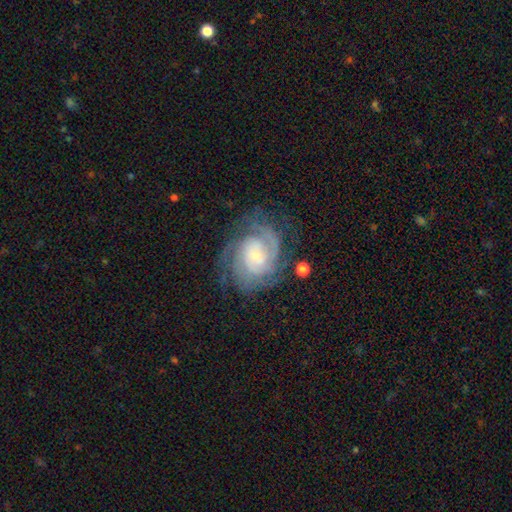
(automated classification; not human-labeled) Smooth or featured? Predicted: featured or disk (p=0.85). Edge-on disk? Predicted: no (p=0.98). Bar? Predicted: no (p=0.62). Spiral arms? Predicted: yes (p=0.97). Spiral winding? Predicted: tight (p=0.63). Spiral arm count? Predicted: can't tell (p=0.26). Bulge size? Predicted: small (p=0.61). Merging? Predicted: none (p=0.71).